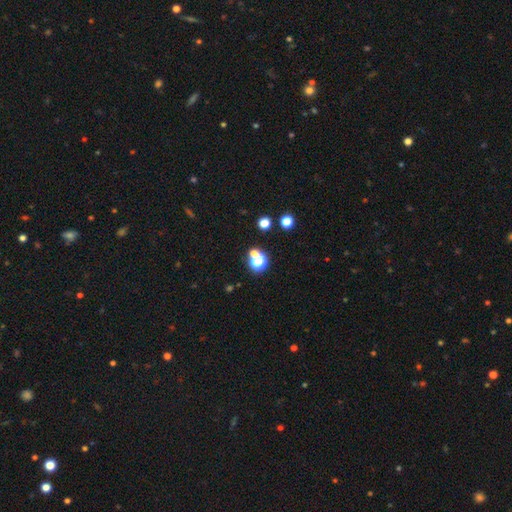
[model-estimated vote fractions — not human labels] Smooth or featured? smooth (49%)
Merging? none (56%)